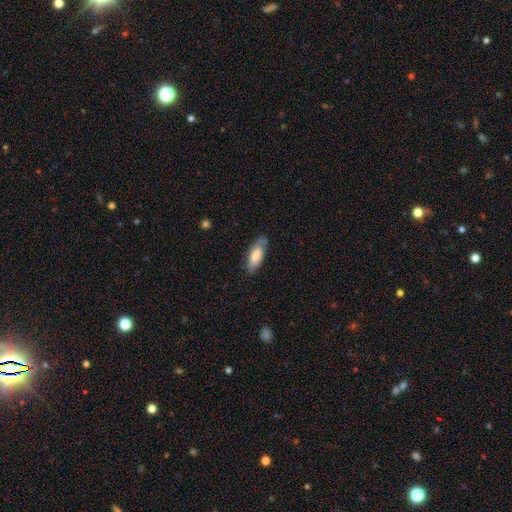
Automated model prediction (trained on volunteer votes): Smooth or featured?
  - smooth: 72% *
  - featured or disk: 22%
  - star or artifact: 6%
How rounded?
  - in between: 76% *
  - cigar-shaped: 22%
  - round: 2%
Merging?
  - none: 71% *
  - minor disturbance: 22%
  - major disturbance: 5%
  - merger: 1%